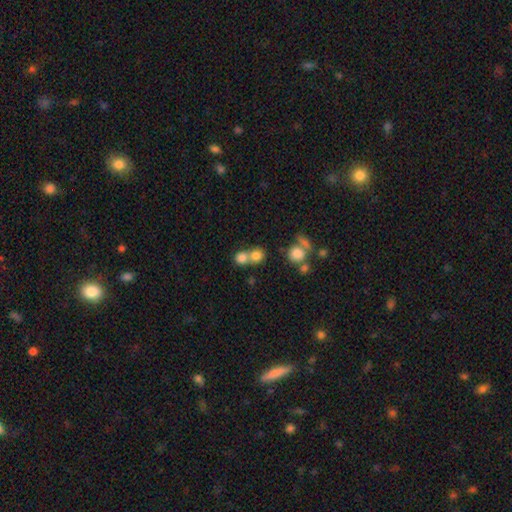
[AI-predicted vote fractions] Overall: smooth (75%). How rounded: round (83%). Merging: merger (50%; none 41%).